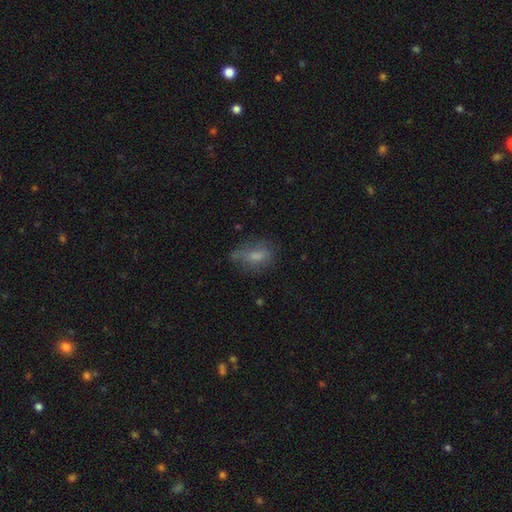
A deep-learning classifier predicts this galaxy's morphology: Smooth or featured? smooth (67%)
How rounded? in between (78%)
Merging? none (50%)